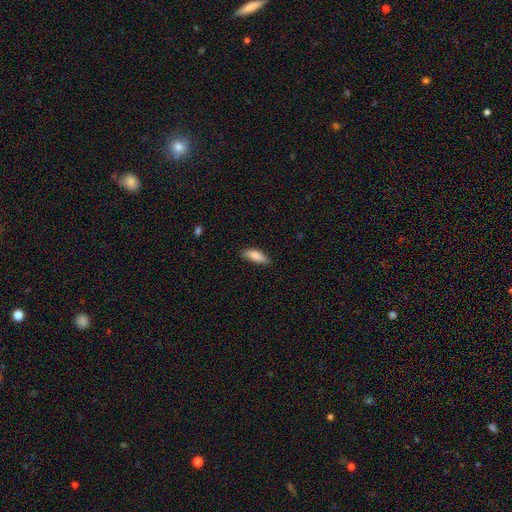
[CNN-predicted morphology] Smooth or featured? Predicted: smooth (p=0.86). How rounded? Predicted: in between (p=0.66). Merging? Predicted: none (p=0.80).